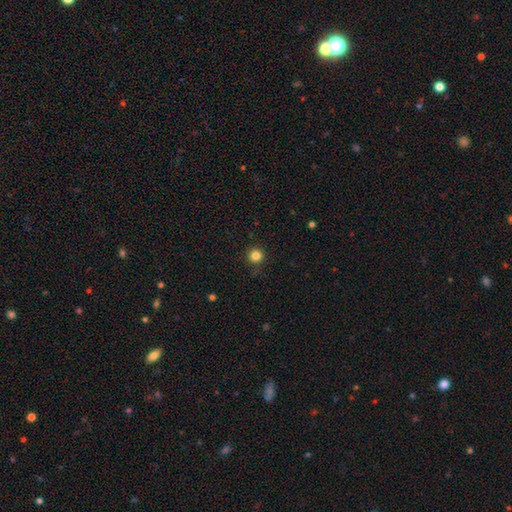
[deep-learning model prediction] Smooth or featured? smooth (83%)
How rounded? round (95%)
Merging? none (89%)